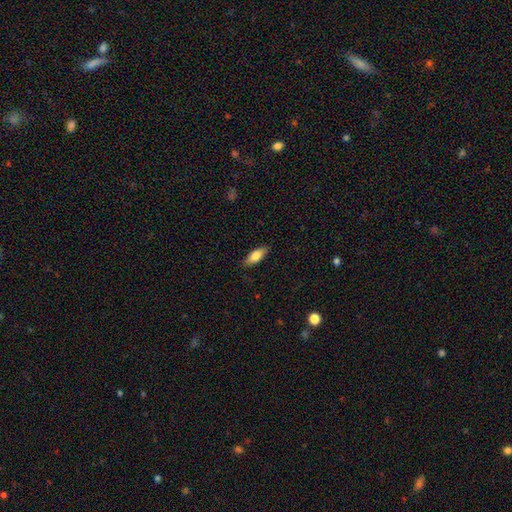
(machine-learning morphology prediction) Smooth or featured?
  - smooth: 75% *
  - featured or disk: 19%
  - star or artifact: 6%
How rounded?
  - in between: 70% *
  - cigar-shaped: 27%
  - round: 2%
Merging?
  - none: 86% *
  - minor disturbance: 10%
  - major disturbance: 2%
  - merger: 1%